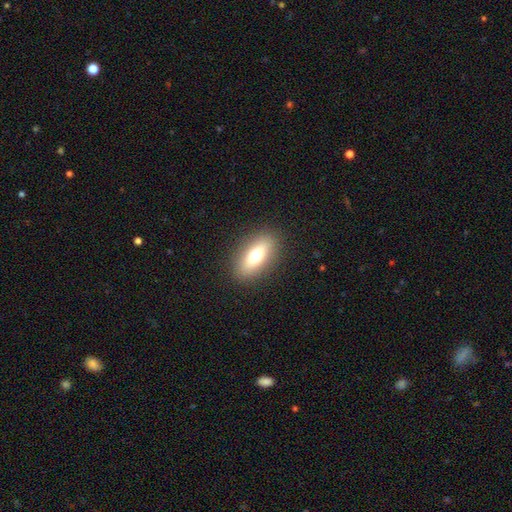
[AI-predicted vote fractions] Smooth or featured? smooth (68%)
How rounded? in between (76%)
Merging? none (89%)